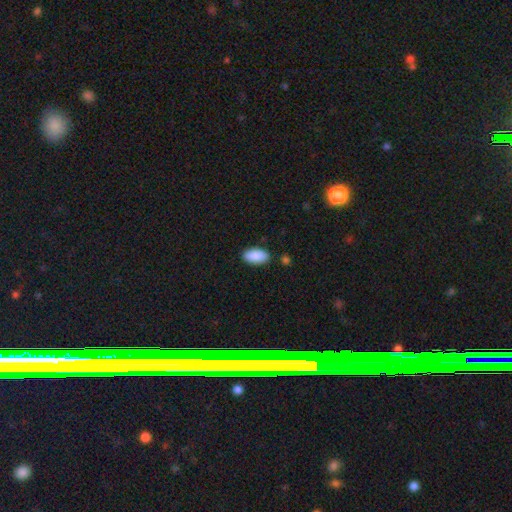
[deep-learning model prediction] Smooth or featured?
  - smooth: 90% *
  - star or artifact: 6%
  - featured or disk: 3%
How rounded?
  - in between: 94% *
  - cigar-shaped: 4%
  - round: 2%
Merging?
  - none: 86% *
  - minor disturbance: 10%
  - merger: 2%
  - major disturbance: 2%